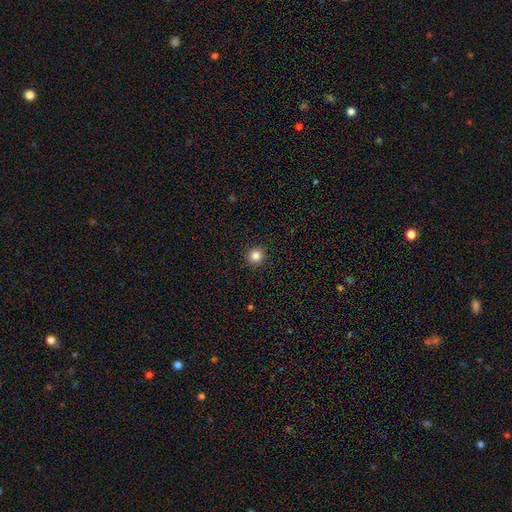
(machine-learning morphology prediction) A smooth galaxy with no disk features (84%) that is round (94%).

Vote fractions:
- Smooth or featured? smooth: 84% / star or artifact: 12% / featured or disk: 4%
- How rounded? round: 94% / in between: 5% / cigar-shaped: 1%
- Merging? none: 92% / minor disturbance: 5% / major disturbance: 2% / merger: 1%